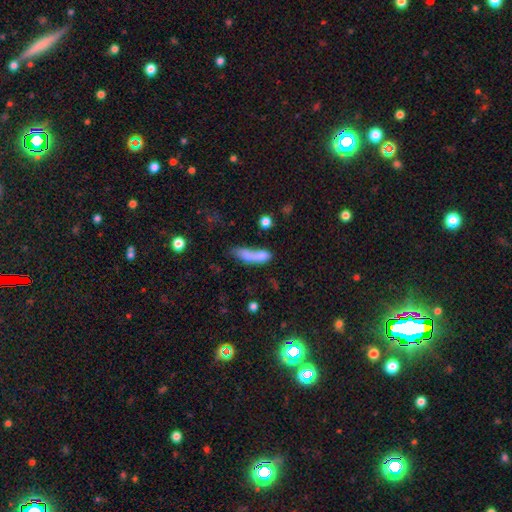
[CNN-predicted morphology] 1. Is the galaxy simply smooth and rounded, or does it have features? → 69% smooth, 19% featured or disk, 12% star or artifact.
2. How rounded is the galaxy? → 51% cigar-shaped, 42% in between, 7% round.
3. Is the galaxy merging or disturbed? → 43% merger, 27% none, 15% major disturbance, 15% minor disturbance.